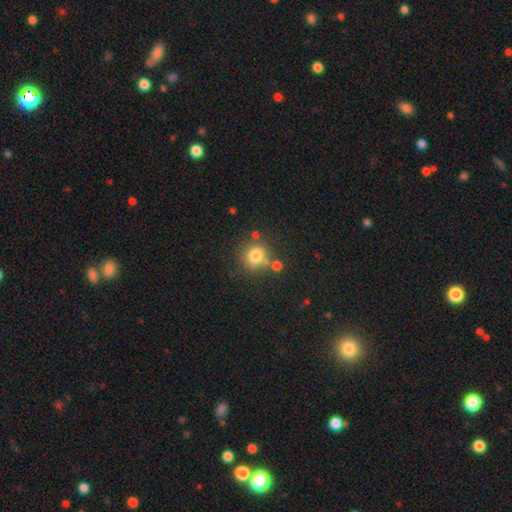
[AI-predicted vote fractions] This is likely a smooth galaxy (77%). How rounded: clearly round (86%). Merging: likely none (69%).